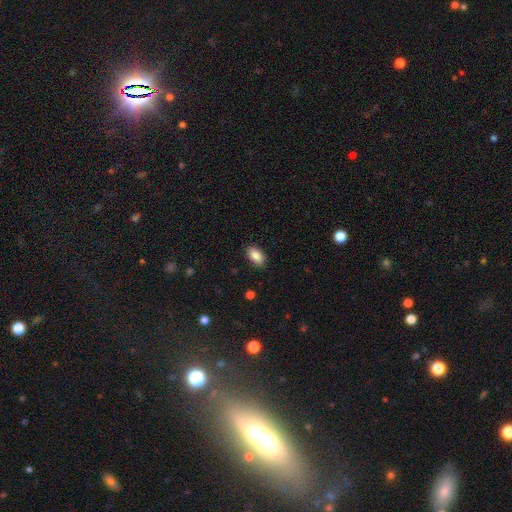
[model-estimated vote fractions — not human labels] This is clearly a smooth galaxy (88%). How rounded: clearly in between (93%). Merging: clearly none (88%).